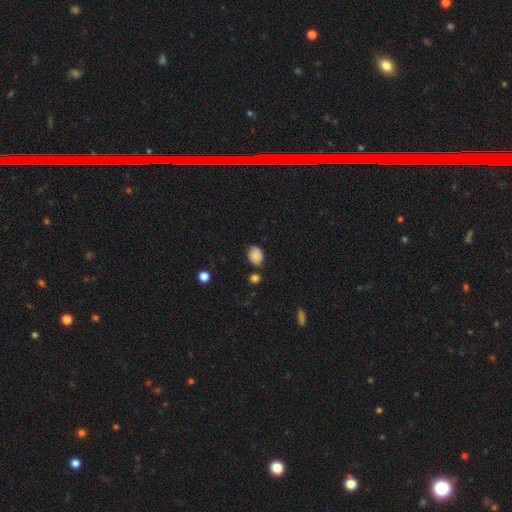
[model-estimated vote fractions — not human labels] Smooth or featured?
  - smooth: 86% *
  - star or artifact: 9%
  - featured or disk: 5%
How rounded?
  - in between: 69% *
  - round: 30%
  - cigar-shaped: 1%
Merging?
  - none: 72% *
  - minor disturbance: 17%
  - merger: 8%
  - major disturbance: 4%